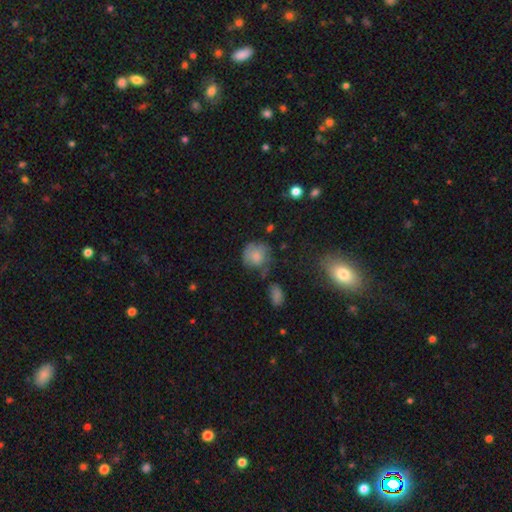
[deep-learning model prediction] Smooth or featured? smooth (75%)
How rounded? round (80%)
Merging? none (49%)